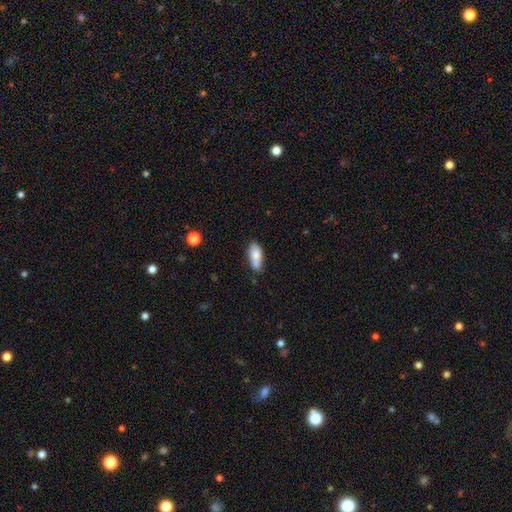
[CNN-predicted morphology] Overall: smooth (77%). How rounded: in between (84%). Merging: none (52%; minor disturbance 23%).